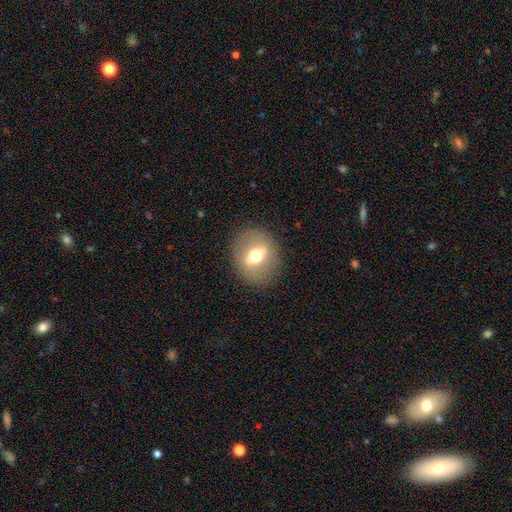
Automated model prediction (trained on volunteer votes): A featured or disk galaxy (48%).

Vote fractions:
- Smooth or featured? featured or disk: 48% / smooth: 44% / star or artifact: 9%
- Merging? none: 86% / minor disturbance: 9% / major disturbance: 4% / merger: 1%